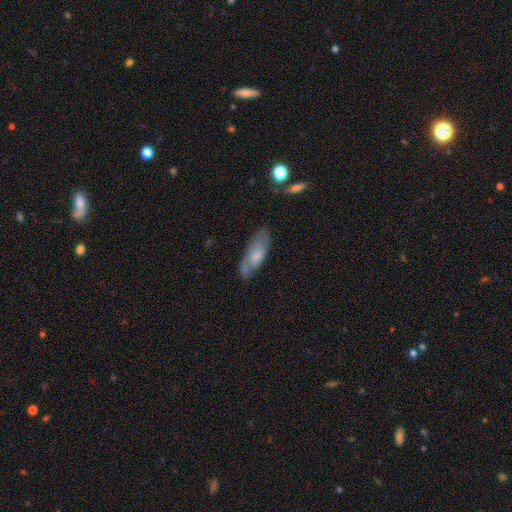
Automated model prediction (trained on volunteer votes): A smooth galaxy with no disk features (58%) that is in between round and cigar-shaped (66%). Merging: none (63%).